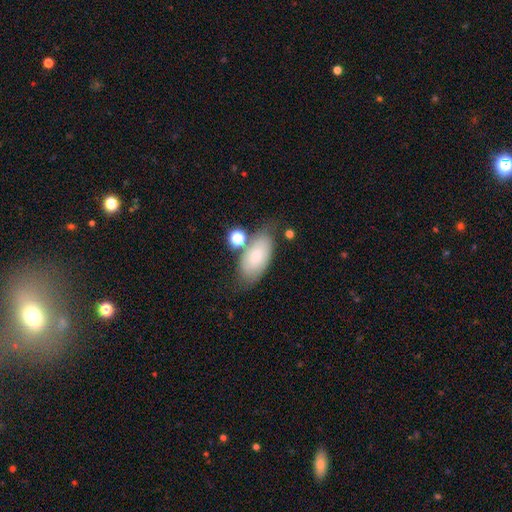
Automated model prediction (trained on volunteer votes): Morphology: type=smooth (68%); roundness=in between (90%); merging=none (60%).